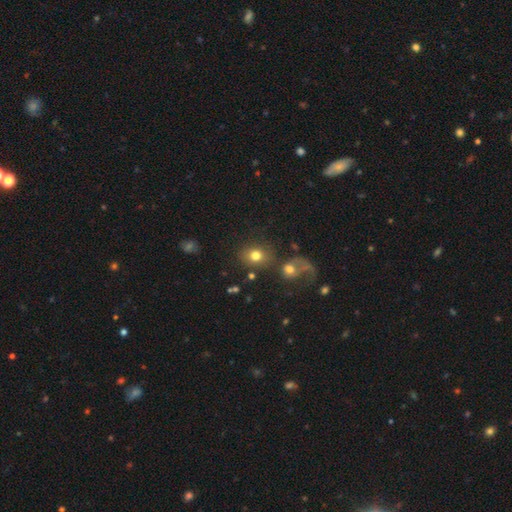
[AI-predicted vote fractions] A smooth galaxy with no disk features (74%) that is round (63%).

Vote fractions:
- Smooth or featured? smooth: 74% / featured or disk: 13% / star or artifact: 13%
- How rounded? round: 63% / in between: 36% / cigar-shaped: 1%
- Merging? none: 61% / merger: 17% / minor disturbance: 11% / major disturbance: 10%